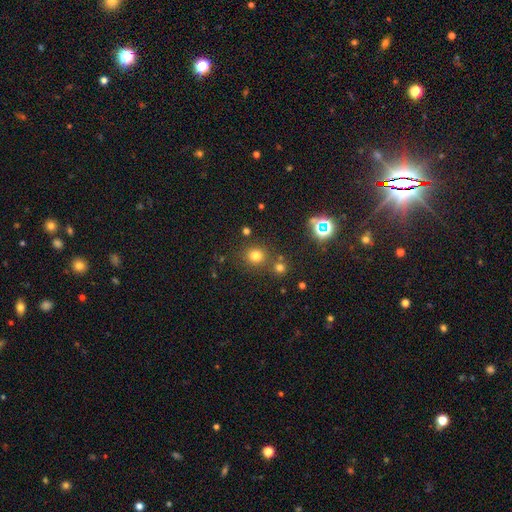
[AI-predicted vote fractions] A smooth galaxy with no disk features (73%) that is round (89%). Merging: none (77%).